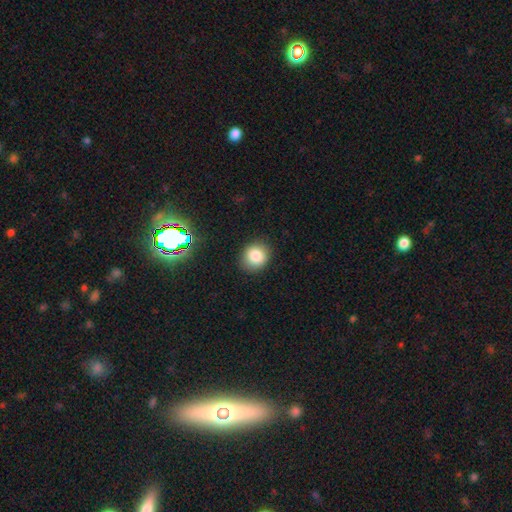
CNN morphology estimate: The model was most divided on "how rounded": round: 76%, in between: 24%, cigar-shaped: 1%. More confident: merging — none (87%); smooth or featured — smooth (82%).